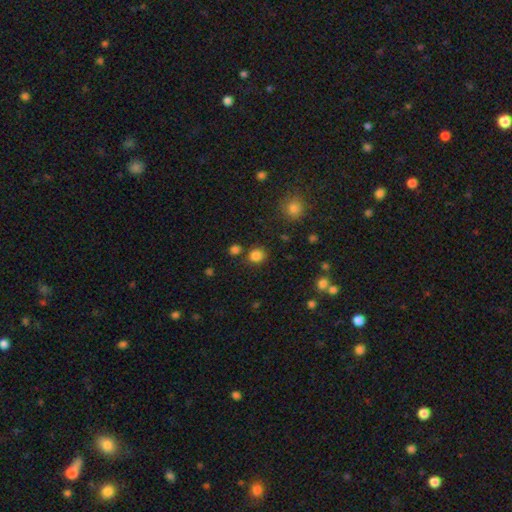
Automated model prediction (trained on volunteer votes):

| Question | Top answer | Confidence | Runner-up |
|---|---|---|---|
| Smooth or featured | smooth | 82% | star or artifact (14%) |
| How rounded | round | 84% | in between (15%) |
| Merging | none | 79% | minor disturbance (10%) |